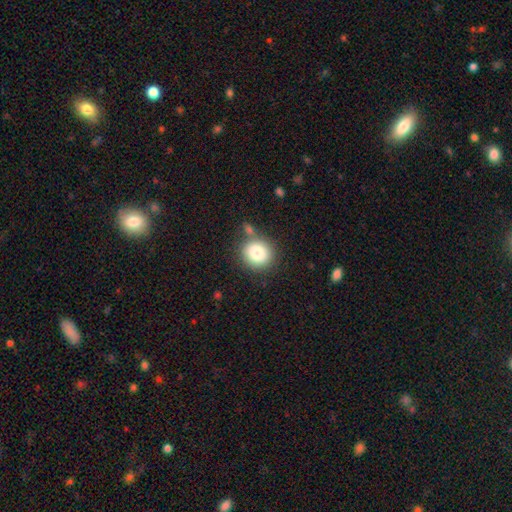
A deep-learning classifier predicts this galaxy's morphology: This appears to be a smooth galaxy with no disk features (84%) that is round (86%). Merging: none (74%).